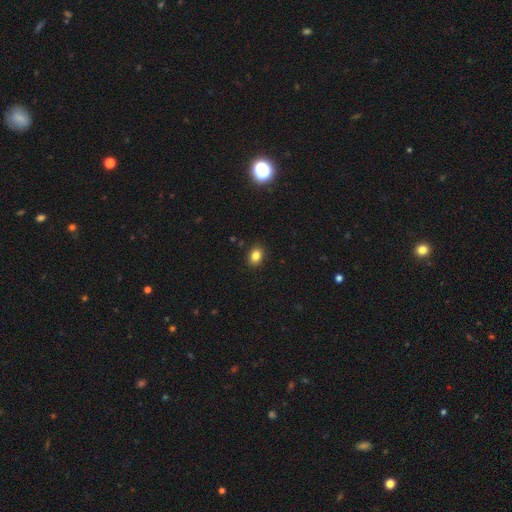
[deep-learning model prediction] The model was most divided on "how rounded": in between: 62%, round: 37%, cigar-shaped: 1%. More confident: merging — none (89%); smooth or featured — smooth (83%).